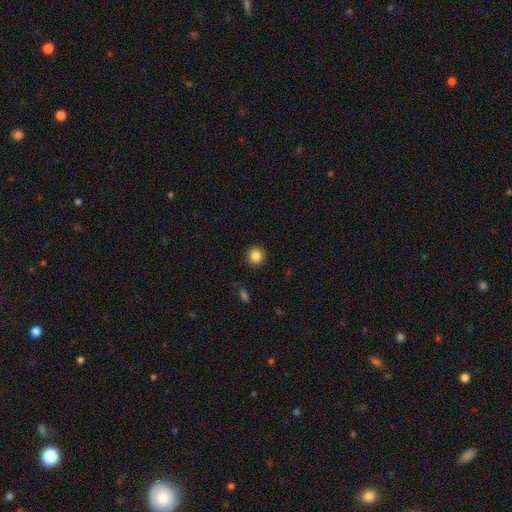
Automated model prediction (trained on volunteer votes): smooth 85%, star or artifact 10%, featured or disk 5%. Down the decision tree: how rounded — round (89%); merging — none (91%).